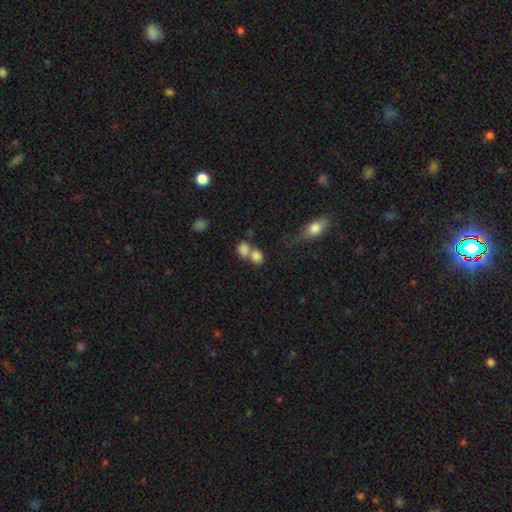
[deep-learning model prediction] Smooth or featured?
  - smooth: 80% *
  - star or artifact: 11%
  - featured or disk: 9%
How rounded?
  - round: 63% *
  - in between: 36%
  - cigar-shaped: 2%
Merging?
  - merger: 58% *
  - none: 30%
  - minor disturbance: 7%
  - major disturbance: 4%